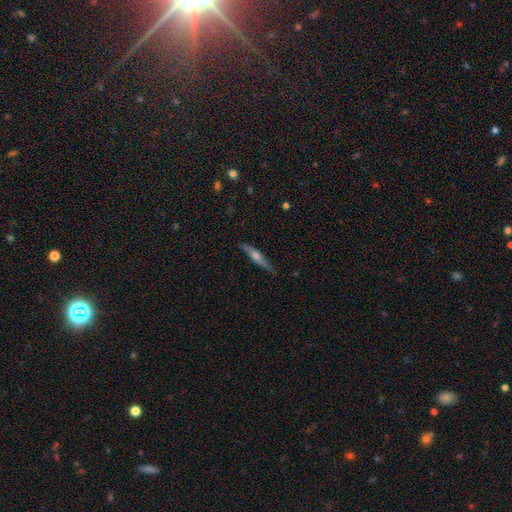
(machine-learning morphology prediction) smooth-or-featured: featured or disk: 60% | smooth: 34% | star or artifact: 6%
  disk-edge-on: yes: 96% | no: 4%
    edge-on-bulge: rounded: 85% | boxy: 8% | none: 7%
  merging: none: 86% | minor disturbance: 11% | major disturbance: 2% | merger: 1%